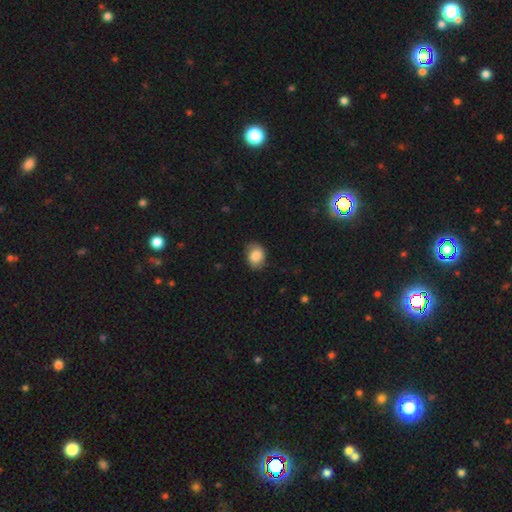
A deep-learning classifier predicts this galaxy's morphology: smooth-or-featured: smooth: 82% | featured or disk: 10% | star or artifact: 7%
  how-rounded: in between: 63% | round: 36% | cigar-shaped: 1%
  merging: none: 77% | minor disturbance: 18% | major disturbance: 4% | merger: 1%